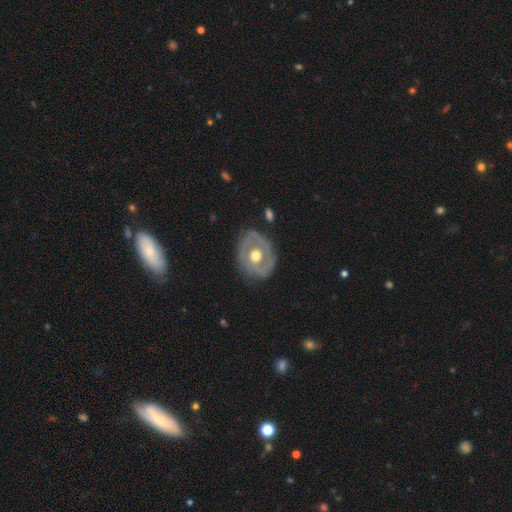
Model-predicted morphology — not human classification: type=featured or disk (76%); edge-on=no (96%); bar=no (78%); spiral arms=yes (57%); bulge=moderate (74%); merging=none (74%).